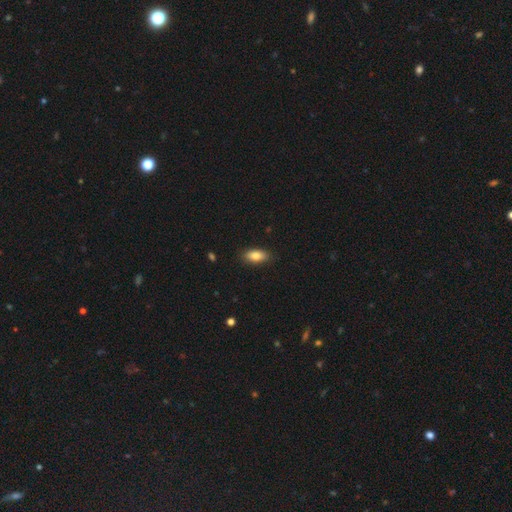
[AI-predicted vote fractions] Q: Smooth or featured?
A: smooth (83%); runner-up: featured or disk (10%)
Q: How rounded?
A: in between (87%); runner-up: cigar-shaped (10%)
Q: Merging?
A: none (87%); runner-up: minor disturbance (10%)